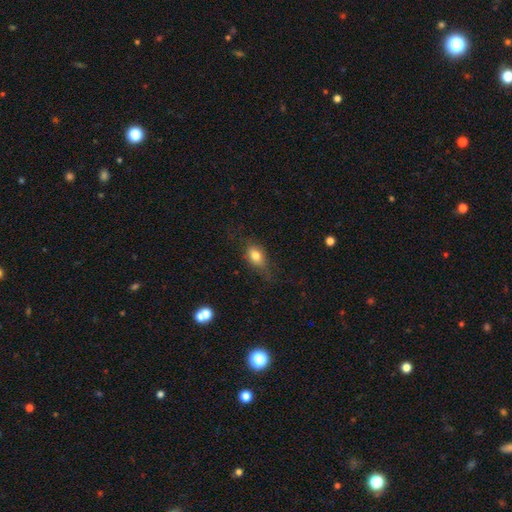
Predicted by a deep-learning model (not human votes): smooth-or-featured: smooth: 76% | featured or disk: 15% | star or artifact: 10%
  how-rounded: in between: 76% | round: 18% | cigar-shaped: 6%
  merging: none: 60% | minor disturbance: 27% | major disturbance: 11% | merger: 2%